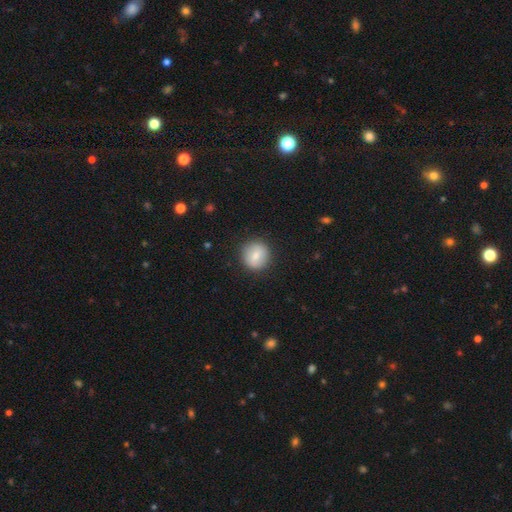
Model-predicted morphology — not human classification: smooth 75%, featured or disk 17%, star or artifact 7%. Down the decision tree: how rounded — round (89%); merging — none (88%).